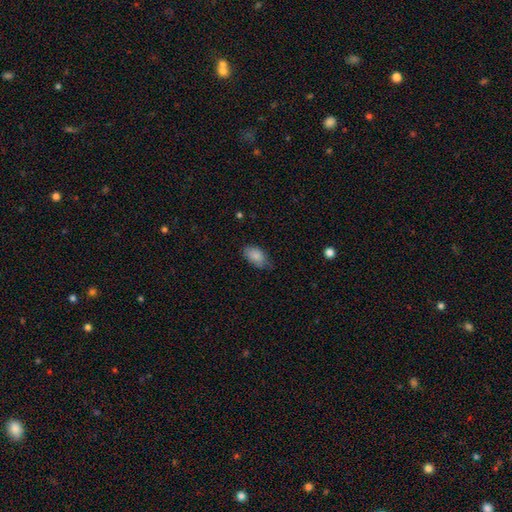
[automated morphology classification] Smooth or featured?
  - smooth: 86% *
  - star or artifact: 7%
  - featured or disk: 7%
How rounded?
  - in between: 92% *
  - round: 6%
  - cigar-shaped: 2%
Merging?
  - none: 65% *
  - minor disturbance: 28%
  - major disturbance: 6%
  - merger: 1%